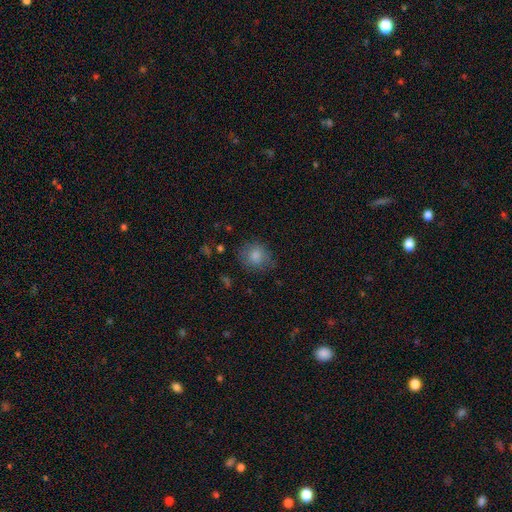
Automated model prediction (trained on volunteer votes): This appears to be a smooth galaxy with no disk features (83%) that is round (78%). Merging: none (73%).